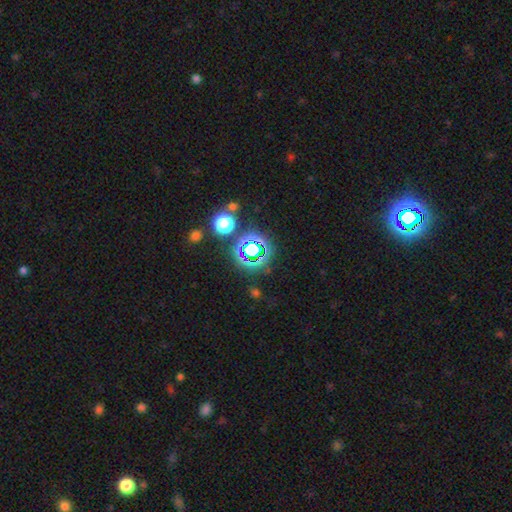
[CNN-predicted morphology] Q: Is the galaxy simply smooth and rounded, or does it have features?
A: star or artifact — 72%.